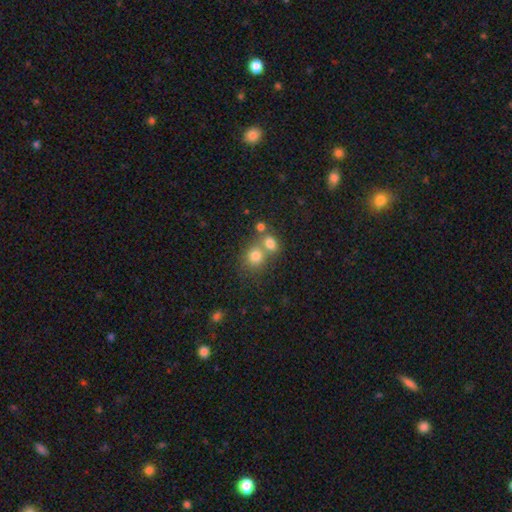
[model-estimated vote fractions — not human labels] Overall: smooth (76%). How rounded: round (74%). Merging: merger (46%; none 42%).